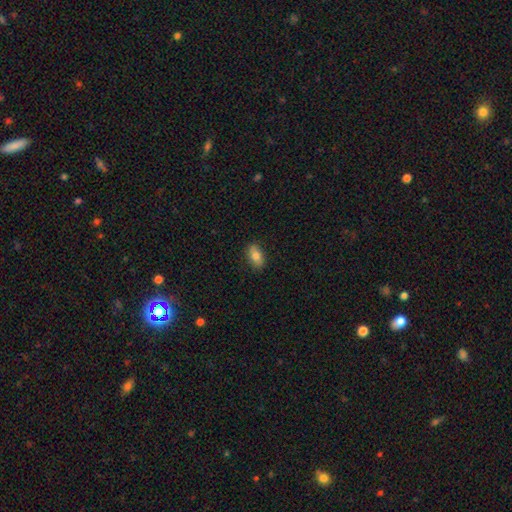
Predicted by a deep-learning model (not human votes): Smooth or featured: smooth — 80% (featured or disk — 13%)
How rounded: in between — 89% (cigar-shaped — 6%)
Merging: none — 87% (minor disturbance — 10%)